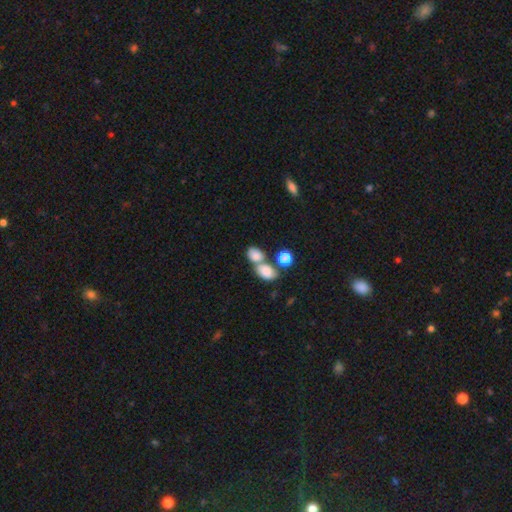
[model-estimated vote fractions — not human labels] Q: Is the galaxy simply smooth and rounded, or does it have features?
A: smooth — 80%.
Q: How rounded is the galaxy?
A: in between — 71%.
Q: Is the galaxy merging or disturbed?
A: merger — 56%.